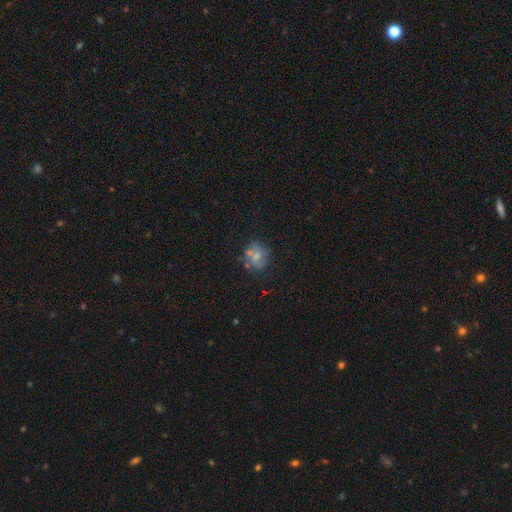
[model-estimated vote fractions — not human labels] The model was most divided on "smooth or featured": smooth: 52%, featured or disk: 36%, star or artifact: 12%. More confident: how rounded — round (70%); merging — none (55%).